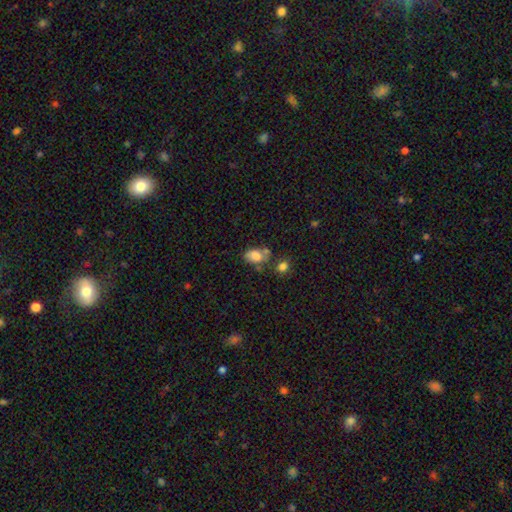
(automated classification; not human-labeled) A smooth galaxy with no disk features (77%) that is in between round and cigar-shaped (82%). Merging: none (44%).